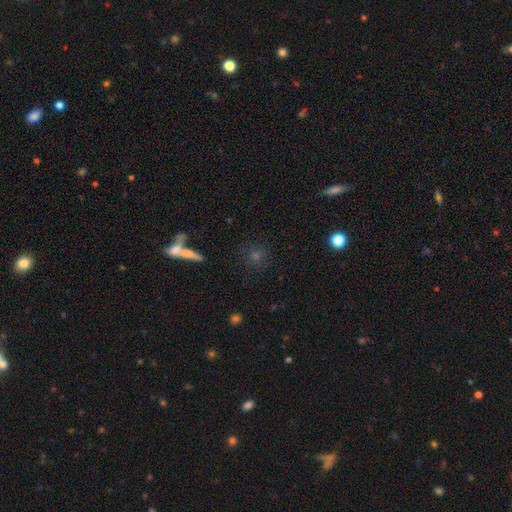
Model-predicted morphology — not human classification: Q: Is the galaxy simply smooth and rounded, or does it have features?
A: smooth — 57%.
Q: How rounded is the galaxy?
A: round — 83%.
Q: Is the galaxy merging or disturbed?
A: none — 80%.